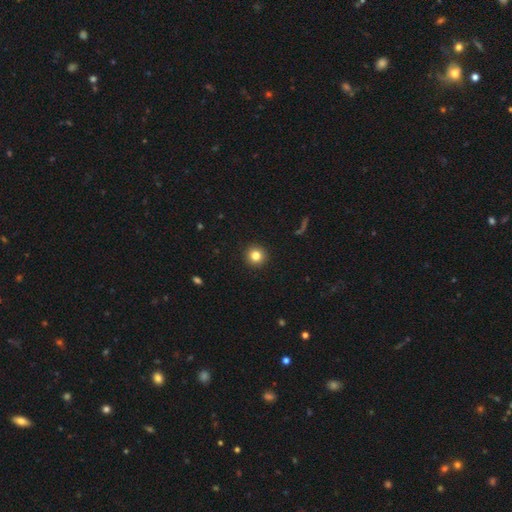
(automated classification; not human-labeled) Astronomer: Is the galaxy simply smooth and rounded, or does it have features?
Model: smooth — 82%.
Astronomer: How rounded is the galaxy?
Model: round — 95%.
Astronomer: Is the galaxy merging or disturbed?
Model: none — 93%.